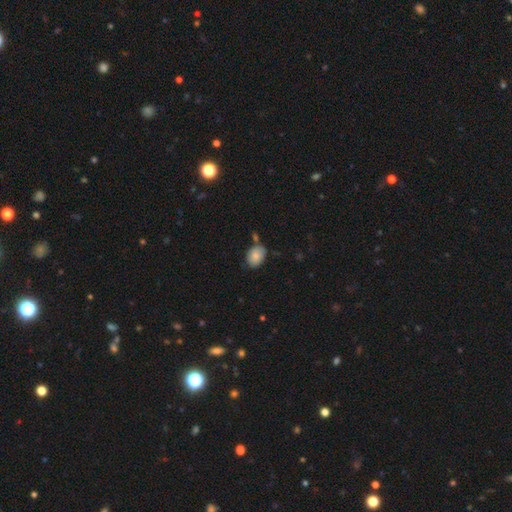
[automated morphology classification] A smooth galaxy with no disk features (84%) that is in between round and cigar-shaped (69%).

Vote fractions:
- Smooth or featured? smooth: 84% / featured or disk: 9% / star or artifact: 7%
- How rounded? in between: 69% / round: 30% / cigar-shaped: 1%
- Merging? none: 67% / minor disturbance: 19% / merger: 10% / major disturbance: 4%